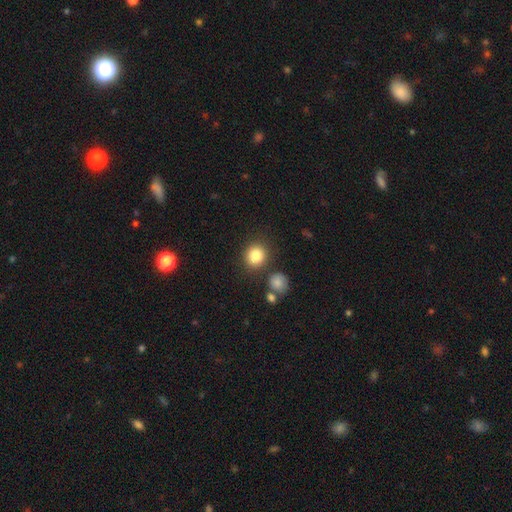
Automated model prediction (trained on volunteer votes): This appears to be a smooth galaxy with no disk features (84%) that is round (80%). Merging: none (82%).